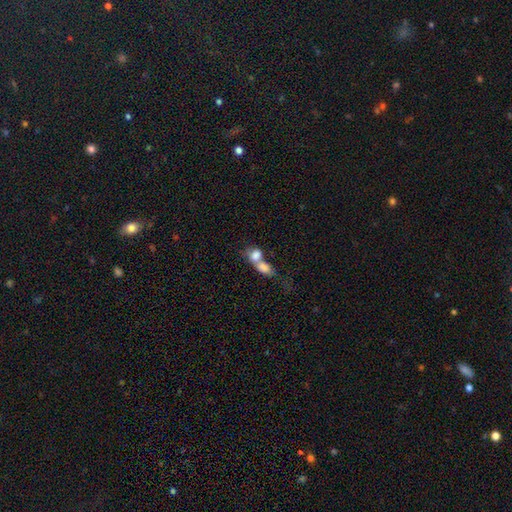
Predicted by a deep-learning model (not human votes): Smooth or featured? Predicted: smooth (p=0.76). How rounded? Predicted: in between (p=0.68). Merging? Predicted: merger (p=0.78).